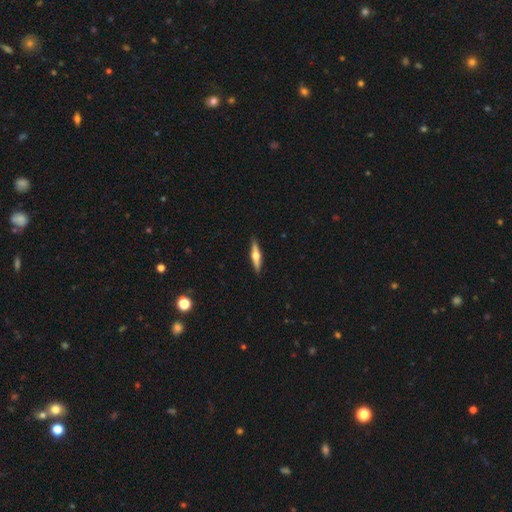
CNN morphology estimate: Smooth or featured: featured or disk — 63% (smooth — 31%)
Edge-on disk: yes — 97% (no — 3%)
Edge-on bulge: rounded — 94% (boxy — 3%)
Merging: none — 91% (minor disturbance — 7%)